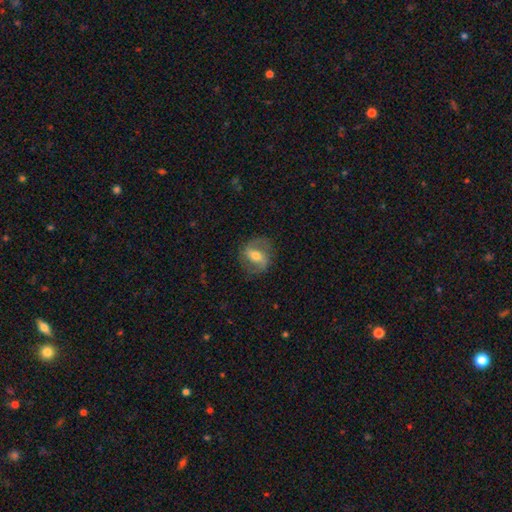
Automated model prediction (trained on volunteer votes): Smooth or featured: featured or disk — 73% (smooth — 21%)
Edge-on disk: no — 95% (yes — 5%)
Bar: strong — 42% (weak — 38%)
Spiral arms: yes — 86% (no — 14%)
Spiral winding: medium — 46% (loose — 34%)
Spiral arm count: 2 — 88% (can't tell — 6%)
Bulge size: moderate — 63% (small — 28%)
Merging: none — 78% (minor disturbance — 14%)